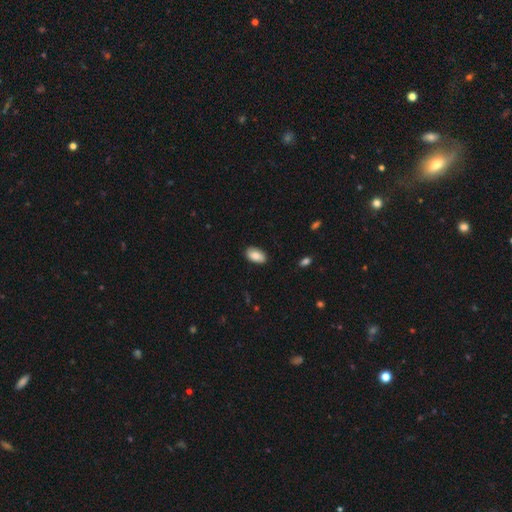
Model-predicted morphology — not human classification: smooth-or-featured: smooth: 86% | featured or disk: 8% | star or artifact: 6%
  how-rounded: in between: 94% | round: 4% | cigar-shaped: 2%
  merging: none: 86% | minor disturbance: 11% | major disturbance: 2% | merger: 1%